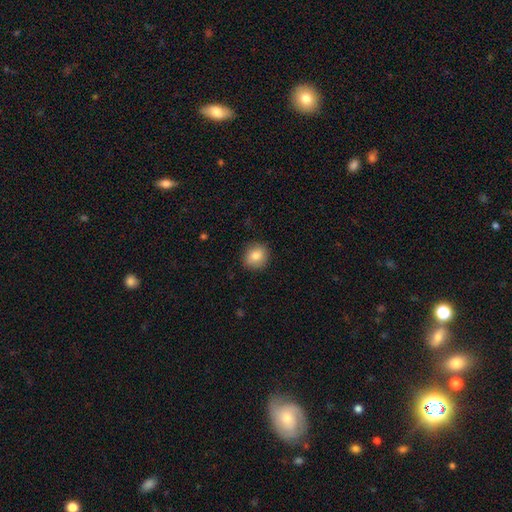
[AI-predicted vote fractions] Smooth or featured?
  - smooth: 84% *
  - star or artifact: 9%
  - featured or disk: 8%
How rounded?
  - round: 84% *
  - in between: 15%
  - cigar-shaped: 1%
Merging?
  - none: 88% *
  - minor disturbance: 9%
  - major disturbance: 2%
  - merger: 1%